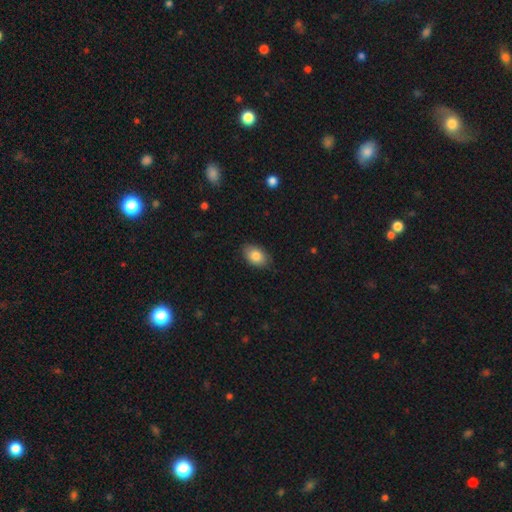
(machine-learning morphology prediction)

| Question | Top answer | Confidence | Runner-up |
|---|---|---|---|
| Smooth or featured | smooth | 83% | featured or disk (9%) |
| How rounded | in between | 88% | round (11%) |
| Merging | none | 85% | minor disturbance (12%) |